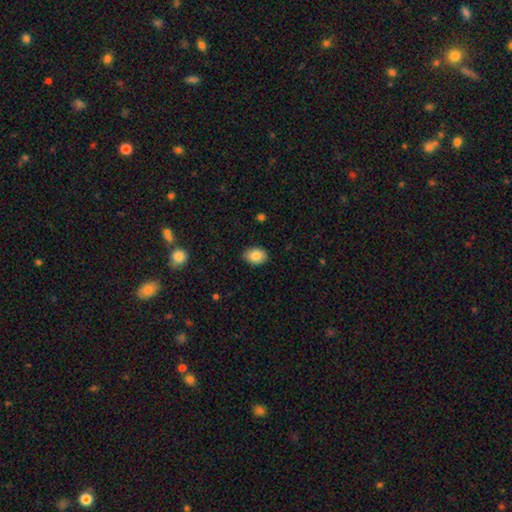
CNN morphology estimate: This is clearly a smooth galaxy (84%). How rounded: likely in between (75%). Merging: clearly none (87%).